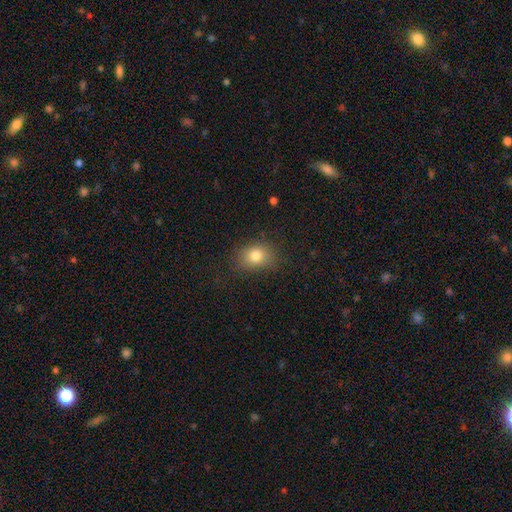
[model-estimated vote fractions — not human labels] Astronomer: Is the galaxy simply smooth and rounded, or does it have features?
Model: smooth — 79%.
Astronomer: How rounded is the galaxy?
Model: in between — 53% (runner-up: round, 46%).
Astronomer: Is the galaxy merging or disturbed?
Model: none — 76%.